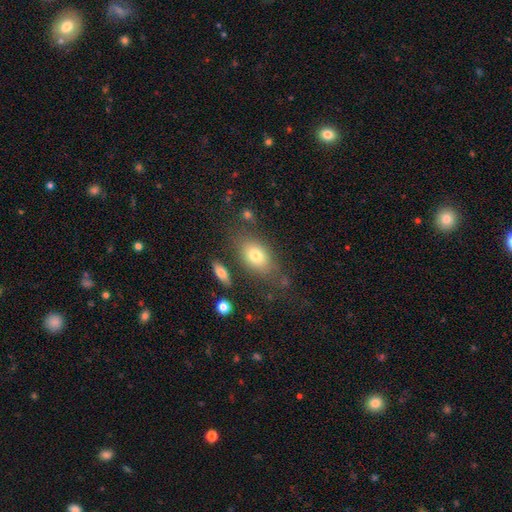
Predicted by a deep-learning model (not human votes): smooth_or_featured: smooth (p=0.76) [alt: featured or disk p=0.14]
how_rounded: in between (p=0.82) [alt: round p=0.15]
merging: none (p=0.69) [alt: minor disturbance p=0.18]